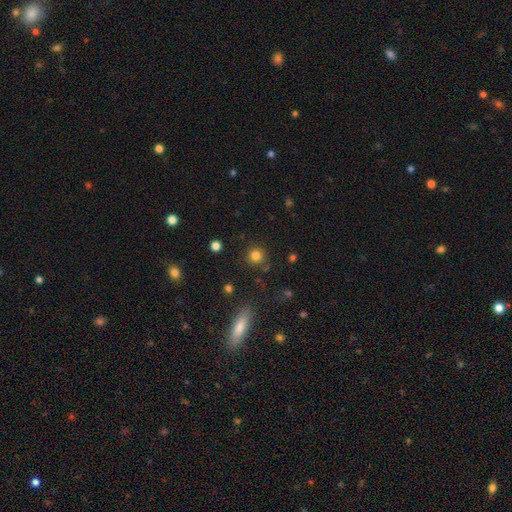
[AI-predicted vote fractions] Smooth or featured?
  - smooth: 82% *
  - star or artifact: 13%
  - featured or disk: 5%
How rounded?
  - round: 92% *
  - in between: 6%
  - cigar-shaped: 1%
Merging?
  - none: 85% *
  - minor disturbance: 8%
  - merger: 4%
  - major disturbance: 3%